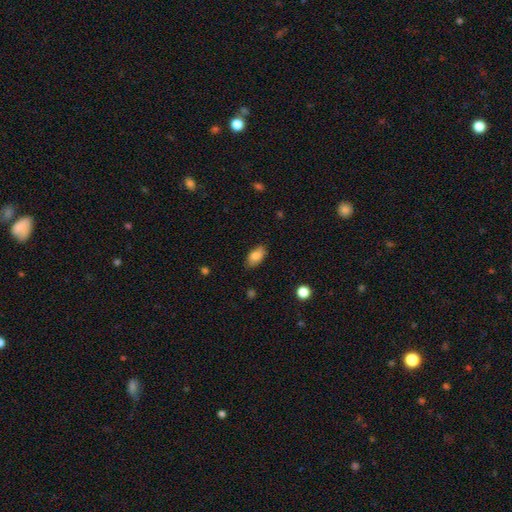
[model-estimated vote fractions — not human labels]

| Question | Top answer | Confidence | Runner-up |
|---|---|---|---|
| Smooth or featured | smooth | 82% | featured or disk (10%) |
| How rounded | in between | 92% | round (5%) |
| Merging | none | 83% | minor disturbance (13%) |